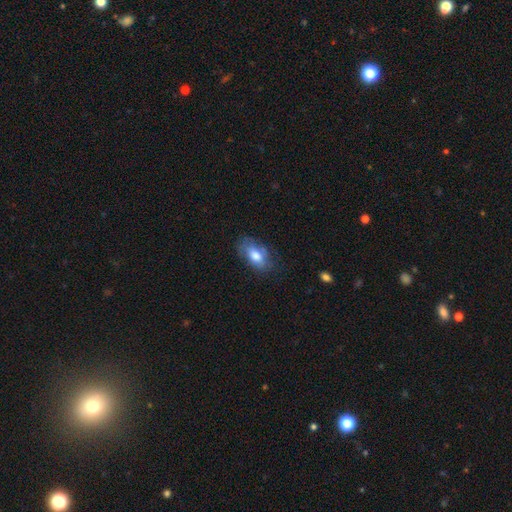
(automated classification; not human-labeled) Q: Smooth or featured?
A: smooth (72%); runner-up: featured or disk (21%)
Q: How rounded?
A: in between (91%); runner-up: round (5%)
Q: Merging?
A: none (62%); runner-up: minor disturbance (26%)